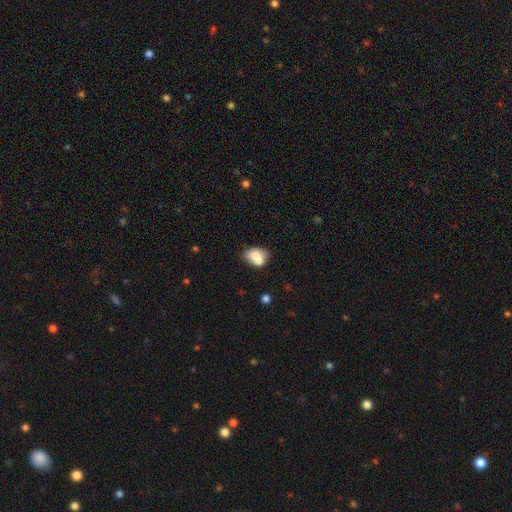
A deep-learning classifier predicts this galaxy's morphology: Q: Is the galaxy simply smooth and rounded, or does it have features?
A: smooth — 74%.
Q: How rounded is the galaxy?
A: in between — 74%.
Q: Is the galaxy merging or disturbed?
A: merger — 40%.